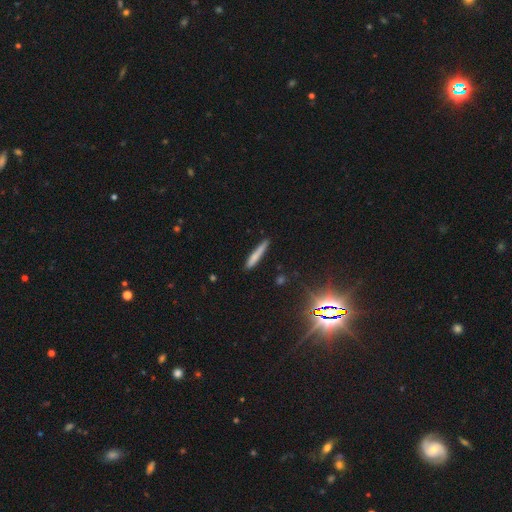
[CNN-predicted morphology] Q: Smooth or featured?
A: smooth (72%); runner-up: featured or disk (20%)
Q: How rounded?
A: cigar-shaped (94%); runner-up: in between (4%)
Q: Merging?
A: none (83%); runner-up: minor disturbance (13%)